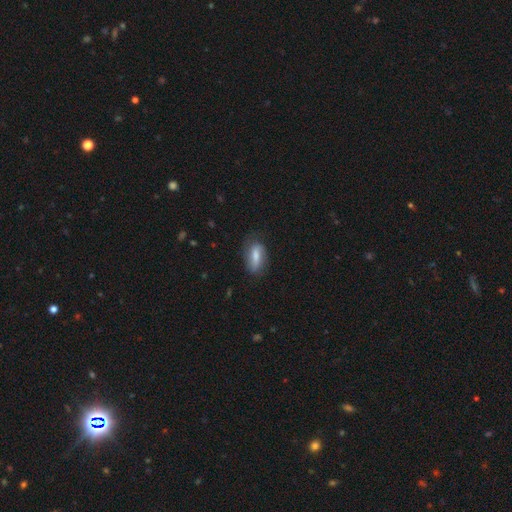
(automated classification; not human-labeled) Smooth or featured? Predicted: smooth (p=0.60). How rounded? Predicted: in between (p=0.78). Merging? Predicted: none (p=0.68).